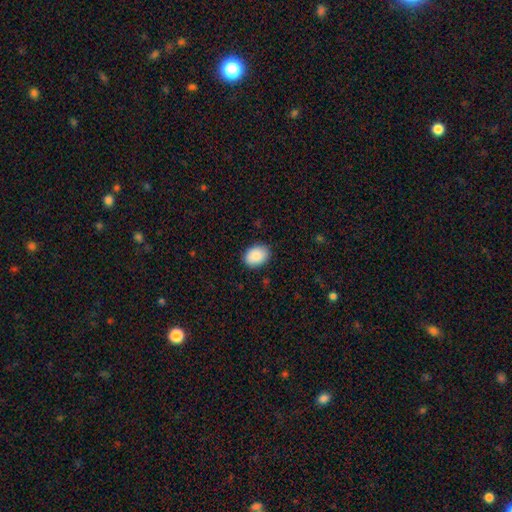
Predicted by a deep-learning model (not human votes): Morphology: type=smooth (89%); roundness=in between (67%); merging=none (87%).